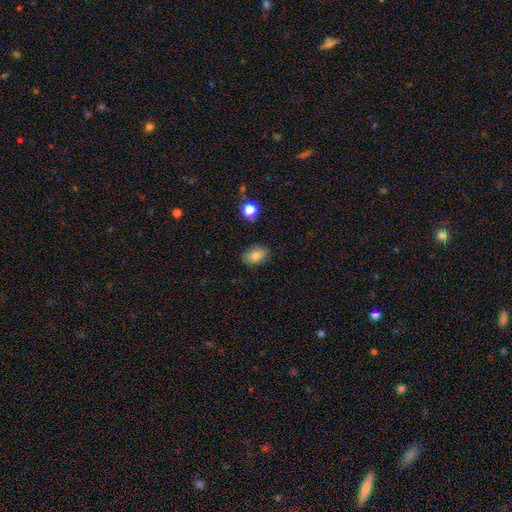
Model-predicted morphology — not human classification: Overall: smooth (81%). How rounded: in between (84%). Merging: none (82%).